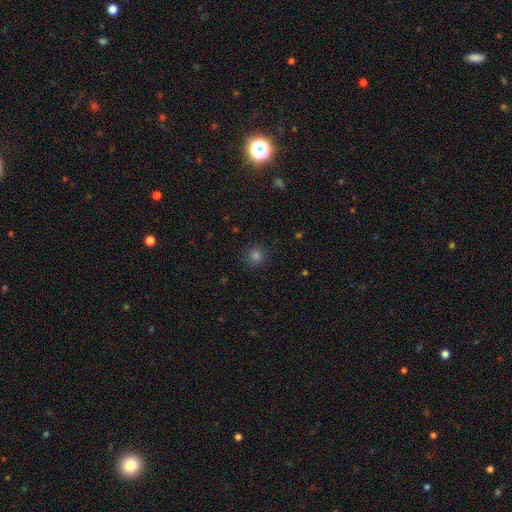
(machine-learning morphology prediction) smooth_or_featured: smooth (p=0.75) [alt: star or artifact p=0.20]
how_rounded: round (p=0.94) [alt: in between p=0.05]
merging: none (p=0.90) [alt: minor disturbance p=0.06]